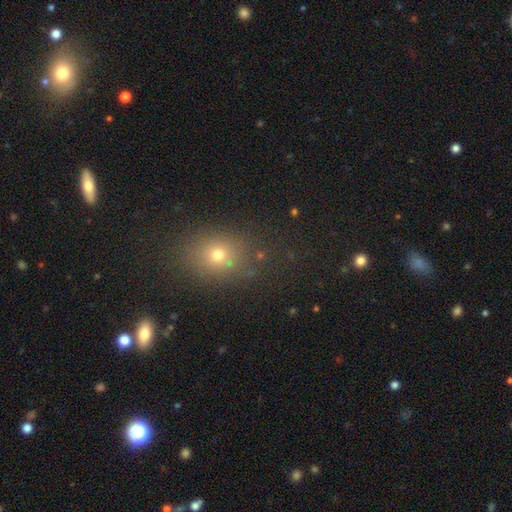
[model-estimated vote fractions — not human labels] Smooth or featured: smooth — 62% (star or artifact — 28%)
How rounded: round — 51% (in between — 47%)
Merging: none — 82% (minor disturbance — 11%)